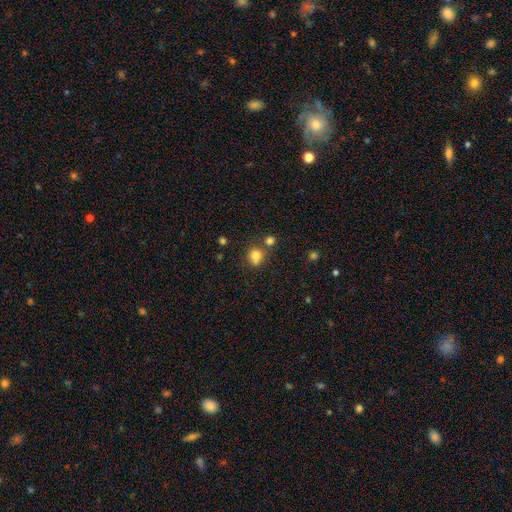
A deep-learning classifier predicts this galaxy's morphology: The model was most divided on "merging": none: 55%, merger: 27%, minor disturbance: 14%, major disturbance: 5%. More confident: how rounded — round (79%); smooth or featured — smooth (78%).